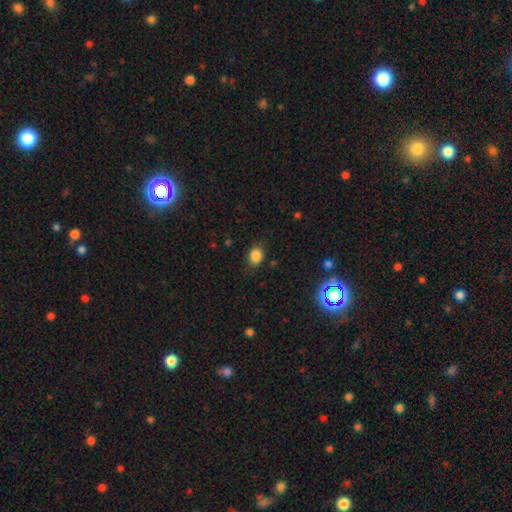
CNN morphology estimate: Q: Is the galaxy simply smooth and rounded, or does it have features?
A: smooth — 85%.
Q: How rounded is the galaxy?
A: in between — 55%.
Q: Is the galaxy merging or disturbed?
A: none — 78%.